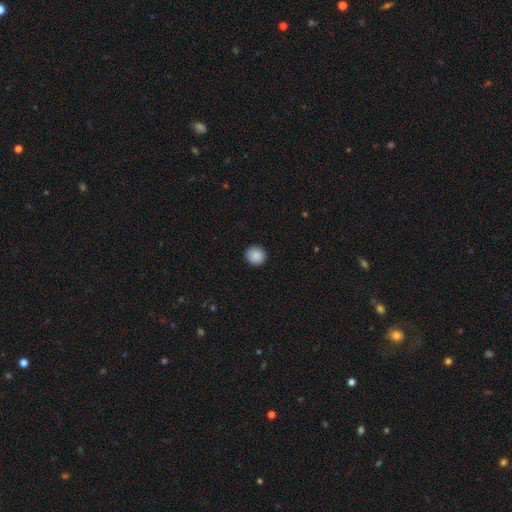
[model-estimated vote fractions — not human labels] Smooth or featured: smooth — 89% (star or artifact — 8%)
How rounded: round — 90% (in between — 9%)
Merging: none — 92% (minor disturbance — 5%)